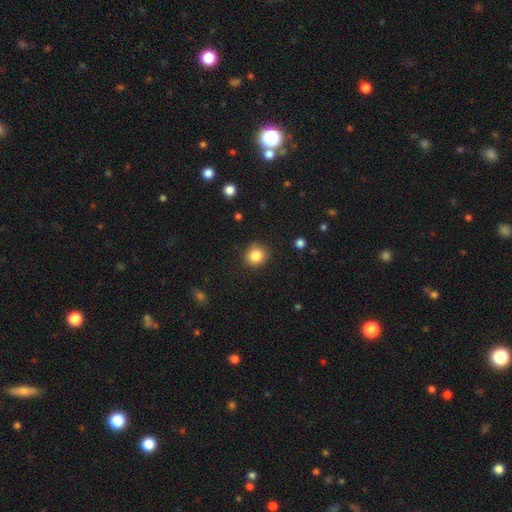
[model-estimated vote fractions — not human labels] smooth_or_featured: smooth (p=0.85) [alt: star or artifact p=0.10]
how_rounded: round (p=0.87) [alt: in between p=0.12]
merging: none (p=0.86) [alt: minor disturbance p=0.10]